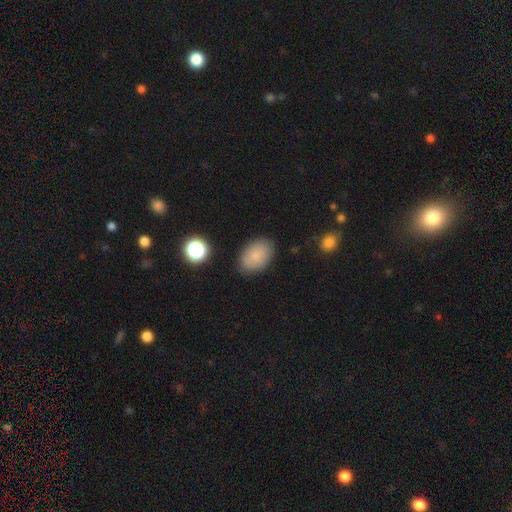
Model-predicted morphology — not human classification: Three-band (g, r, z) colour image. It shows a smooth galaxy with no disk features (82%) that is in between round and cigar-shaped (88%). Merging: none (82%).